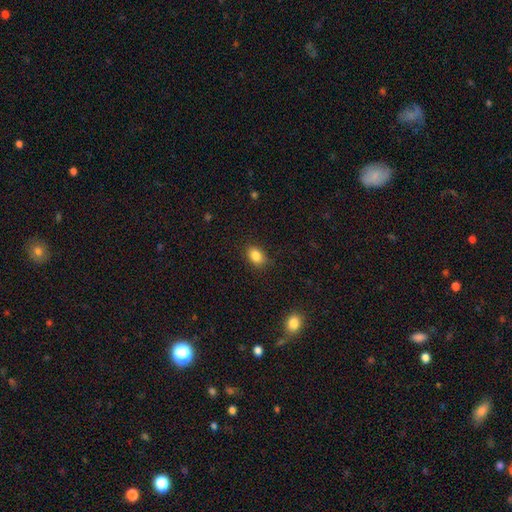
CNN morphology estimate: smooth_or_featured: smooth (p=0.85) [alt: star or artifact p=0.09]
how_rounded: in between (p=0.83) [alt: round p=0.16]
merging: none (p=0.85) [alt: minor disturbance p=0.11]